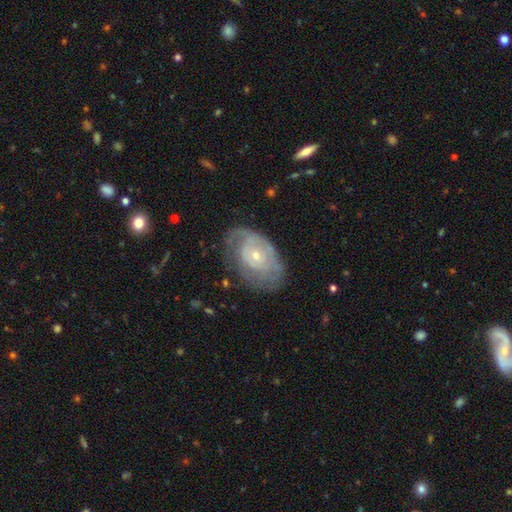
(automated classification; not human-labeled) A featured or disk galaxy (67%) with no bar (81%), spiral arms (71%) and a small central bulge (67%). Merging: none (54%).